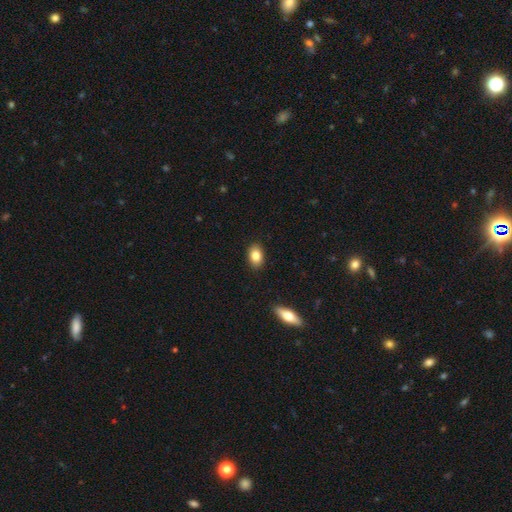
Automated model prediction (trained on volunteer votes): smooth-or-featured: smooth: 83% | featured or disk: 9% | star or artifact: 8%
  how-rounded: in between: 85% | round: 13% | cigar-shaped: 2%
  merging: none: 89% | minor disturbance: 8% | major disturbance: 2% | merger: 1%